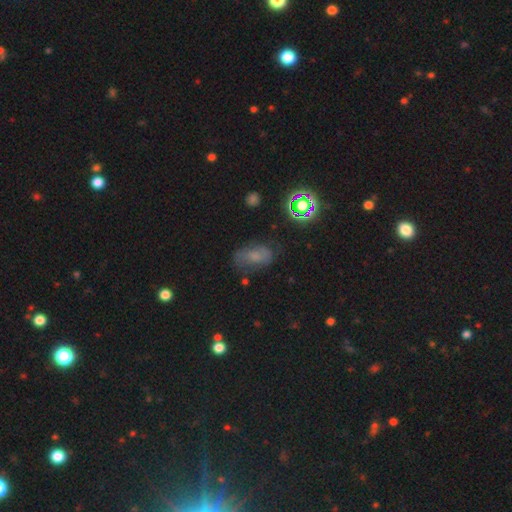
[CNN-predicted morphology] smooth_or_featured: smooth (p=0.51) [alt: featured or disk p=0.27]
how_rounded: in between (p=0.85) [alt: round p=0.11]
merging: none (p=0.59) [alt: minor disturbance p=0.25]